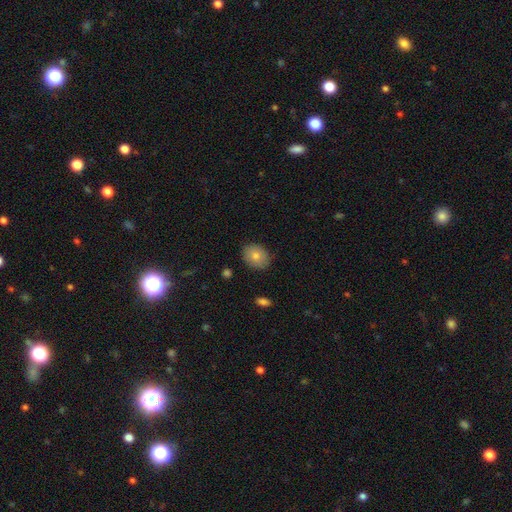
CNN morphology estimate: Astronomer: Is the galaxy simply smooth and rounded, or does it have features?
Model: smooth — 76%.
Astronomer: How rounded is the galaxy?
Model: round — 52% (runner-up: in between, 47%).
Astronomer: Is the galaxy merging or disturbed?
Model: none — 86%.